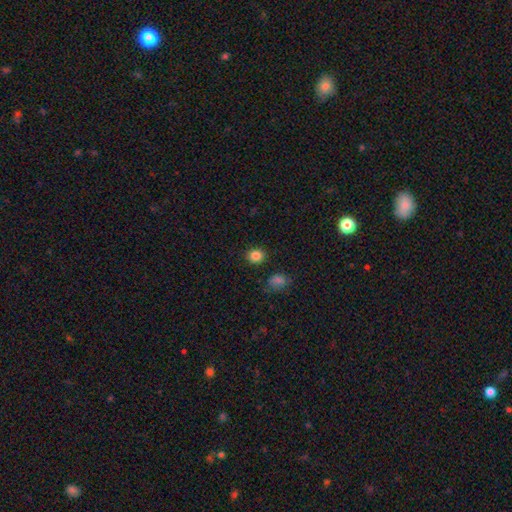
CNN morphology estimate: Smooth or featured? smooth (85%)
How rounded? round (78%)
Merging? none (88%)